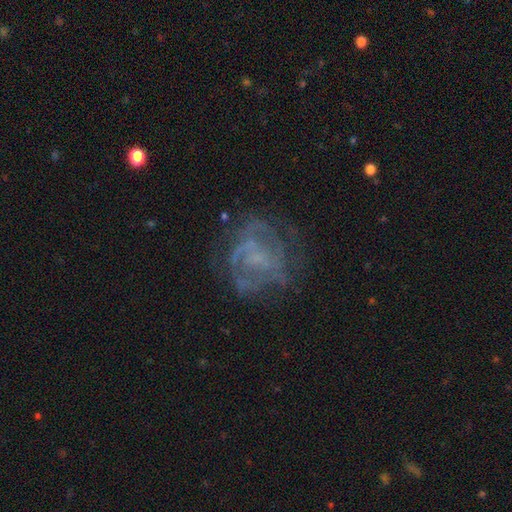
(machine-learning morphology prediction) smooth-or-featured: featured or disk: 64% | smooth: 19% | star or artifact: 17%
  disk-edge-on: no: 98% | yes: 2%
    bar: no: 72% | weak: 22% | strong: 5%
    has-spiral-arms: yes: 53% | no: 47%
    bulge-size: none: 53% | small: 33% | moderate: 11% | large: 2% | dominant: 1%
  merging: none: 62% | major disturbance: 19% | minor disturbance: 17% | merger: 2%